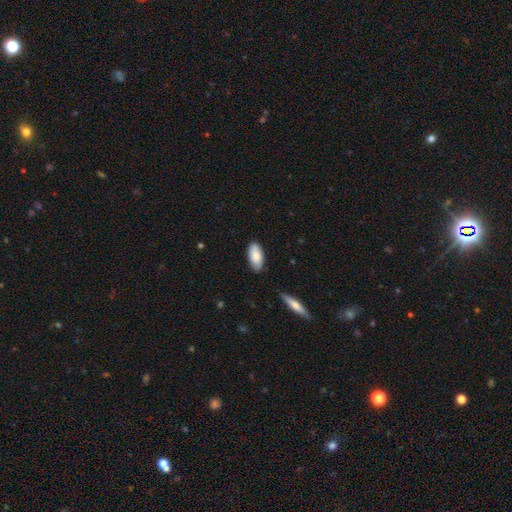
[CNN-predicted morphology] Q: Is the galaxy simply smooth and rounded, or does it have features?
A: smooth — 83%.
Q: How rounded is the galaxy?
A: in between — 91%.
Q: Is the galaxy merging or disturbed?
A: none — 83%.